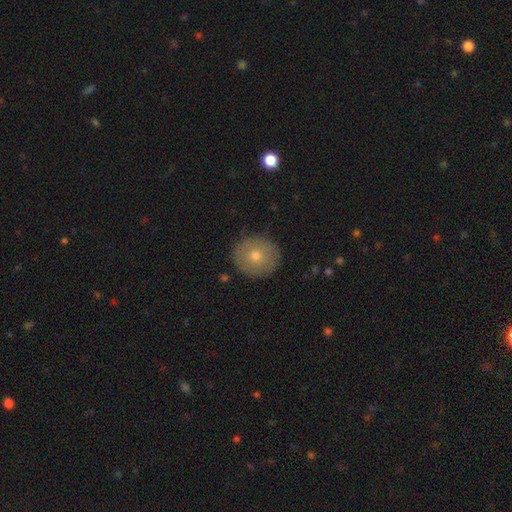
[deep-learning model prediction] The model was most divided on "smooth or featured": smooth: 64%, featured or disk: 26%, star or artifact: 10%. More confident: how rounded — round (91%); merging — none (89%).